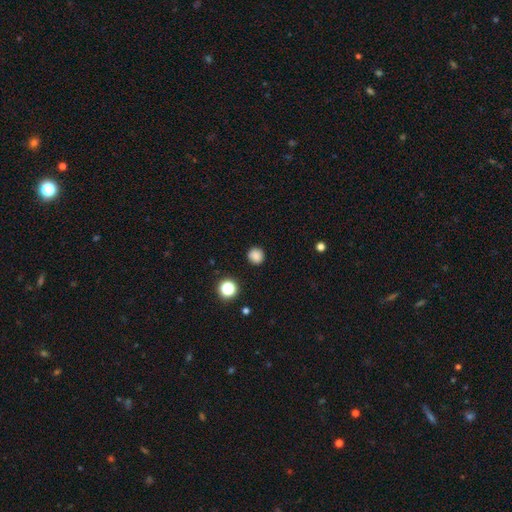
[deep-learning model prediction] smooth 84%, star or artifact 12%, featured or disk 3%. Down the decision tree: how rounded — round (92%); merging — none (90%).